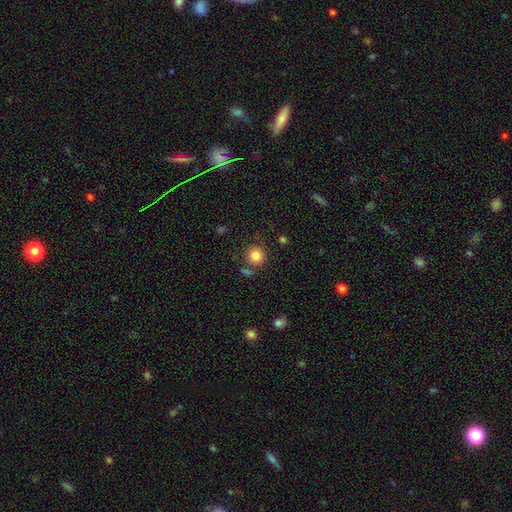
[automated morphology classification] This appears to be a smooth galaxy with no disk features (84%) that is round (91%). Merging: none (77%).